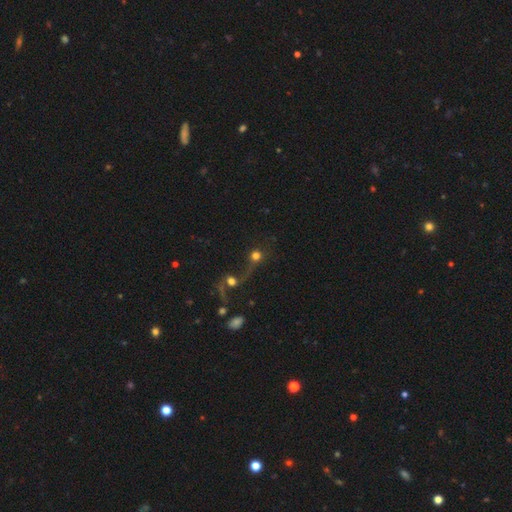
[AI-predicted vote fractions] The model was most divided on "merging": merger: 50%, none: 29%, major disturbance: 14%, minor disturbance: 8%. More confident: how rounded — round (90%); smooth or featured — smooth (63%).